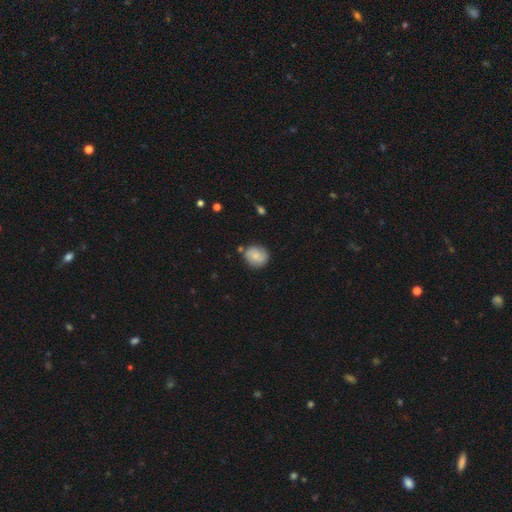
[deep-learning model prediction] A smooth galaxy with no disk features (70%) that is round (77%).

Vote fractions:
- Smooth or featured? smooth: 70% / featured or disk: 22% / star or artifact: 8%
- How rounded? round: 77% / in between: 22% / cigar-shaped: 1%
- Merging? none: 76% / minor disturbance: 16% / merger: 4% / major disturbance: 3%